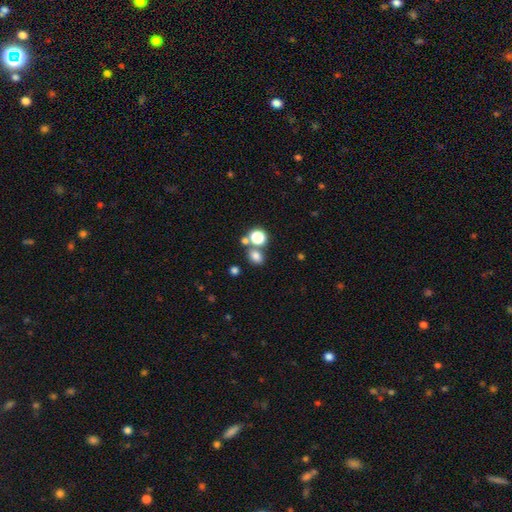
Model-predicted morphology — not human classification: smooth-or-featured: smooth: 76% | star or artifact: 18% | featured or disk: 7%
  how-rounded: round: 55% | in between: 44% | cigar-shaped: 1%
  merging: none: 61% | merger: 26% | minor disturbance: 9% | major disturbance: 4%